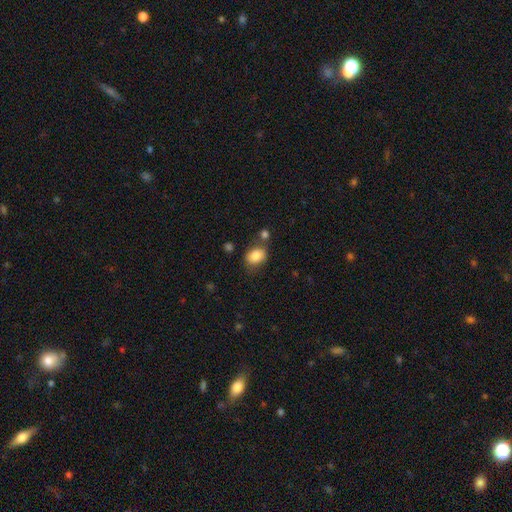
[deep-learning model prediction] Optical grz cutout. It shows a smooth galaxy with no disk features (84%) that is in between round and cigar-shaped (66%). Merging: none (65%).